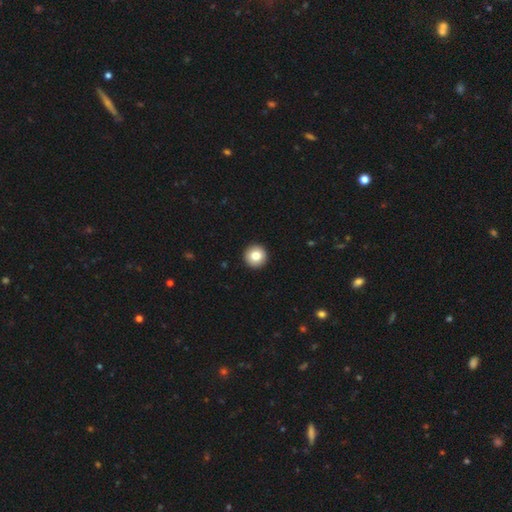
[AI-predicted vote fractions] smooth 82%, featured or disk 9%, star or artifact 8%. Down the decision tree: how rounded — round (96%); merging — none (94%).